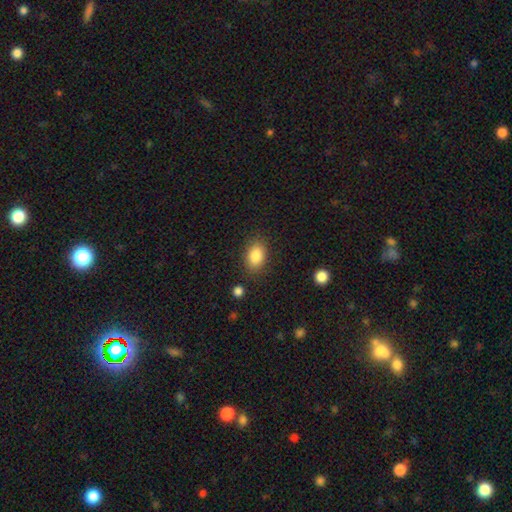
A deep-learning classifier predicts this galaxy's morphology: Smooth or featured? smooth (86%)
How rounded? in between (84%)
Merging? none (83%)